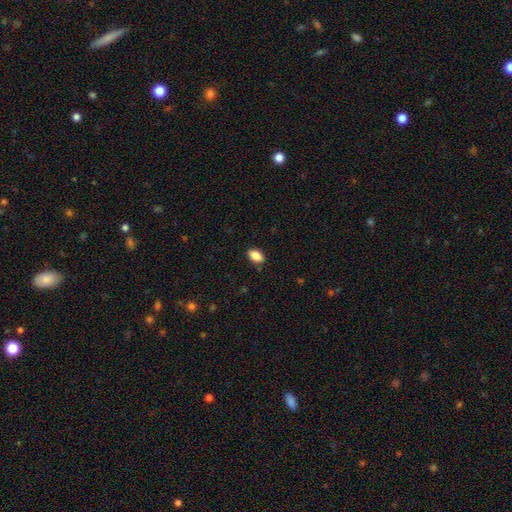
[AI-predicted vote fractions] A smooth galaxy with no disk features (87%) that is in between round and cigar-shaped (90%). Merging: none (87%).